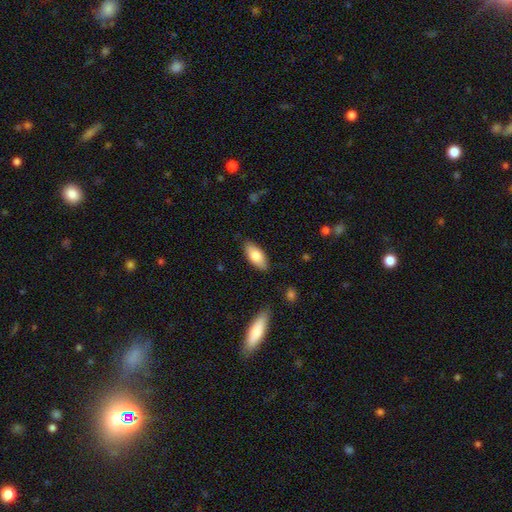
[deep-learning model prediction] Overall: smooth (80%). How rounded: in between (87%). Merging: none (85%).